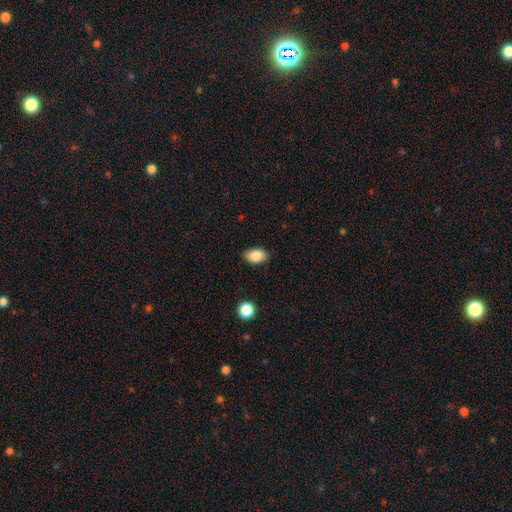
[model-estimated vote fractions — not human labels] smooth-or-featured: smooth: 86% | star or artifact: 8% | featured or disk: 6%
  how-rounded: in between: 87% | round: 12% | cigar-shaped: 1%
  merging: none: 87% | minor disturbance: 10% | major disturbance: 2% | merger: 1%